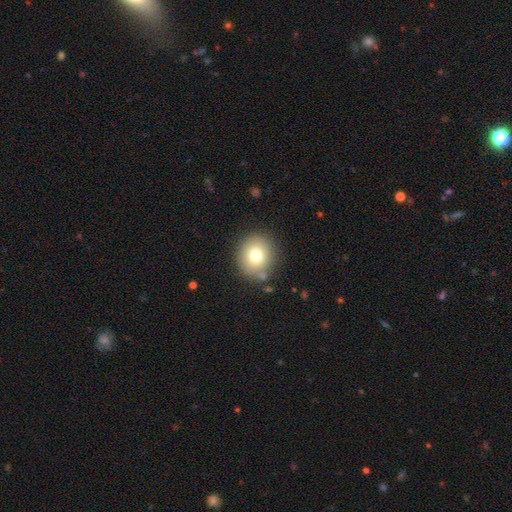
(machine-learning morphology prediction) Smooth or featured? smooth (75%)
How rounded? round (83%)
Merging? none (83%)